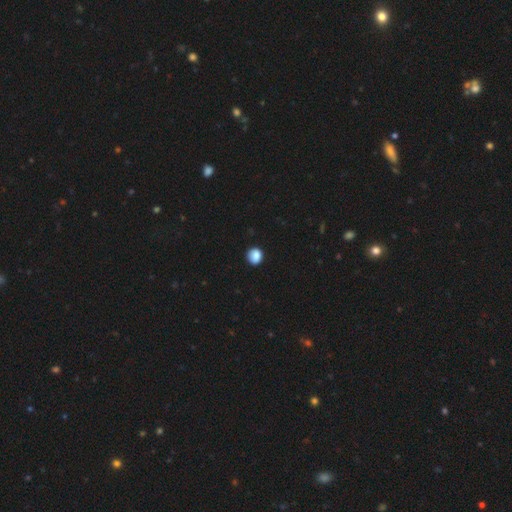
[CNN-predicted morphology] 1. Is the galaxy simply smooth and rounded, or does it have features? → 86% smooth, 9% star or artifact, 5% featured or disk.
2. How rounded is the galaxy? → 82% round, 17% in between, 1% cigar-shaped.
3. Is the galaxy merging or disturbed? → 84% none, 13% minor disturbance, 2% major disturbance, 1% merger.